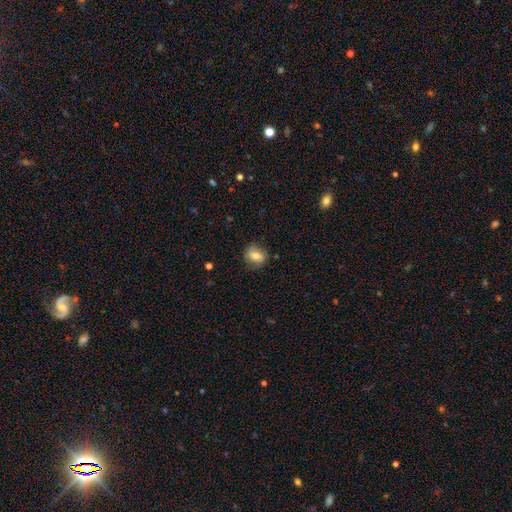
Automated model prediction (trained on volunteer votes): Smooth or featured? Predicted: smooth (p=0.75). How rounded? Predicted: round (p=0.57). Merging? Predicted: none (p=0.76).